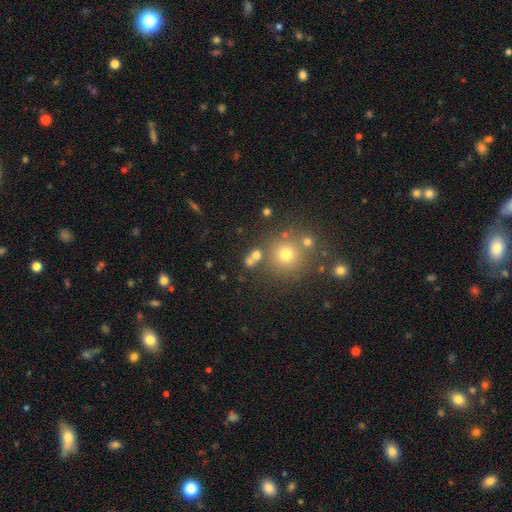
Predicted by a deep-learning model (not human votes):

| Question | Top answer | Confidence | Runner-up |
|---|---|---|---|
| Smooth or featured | smooth | 67% | star or artifact (21%) |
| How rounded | round | 77% | in between (21%) |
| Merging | none | 62% | merger (23%) |